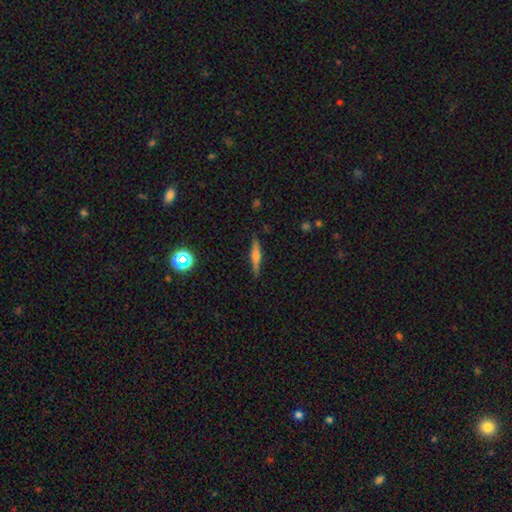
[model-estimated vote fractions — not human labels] Morphology: type=featured or disk (58%); edge-on=yes (96%); edge-on bulge=rounded (82%); merging=none (88%).